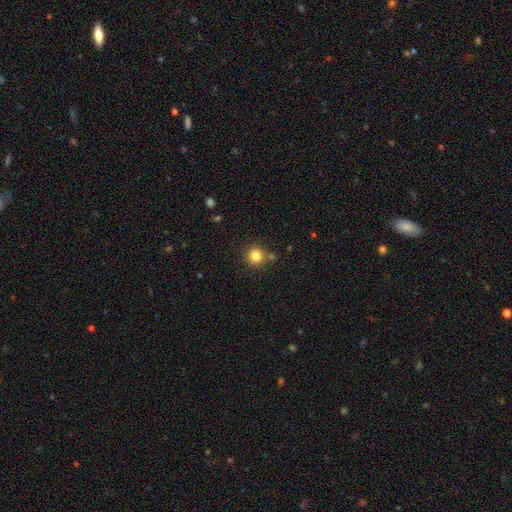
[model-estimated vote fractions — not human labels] Q: Smooth or featured?
A: smooth (82%); runner-up: star or artifact (13%)
Q: How rounded?
A: round (93%); runner-up: in between (6%)
Q: Merging?
A: none (81%); runner-up: minor disturbance (9%)